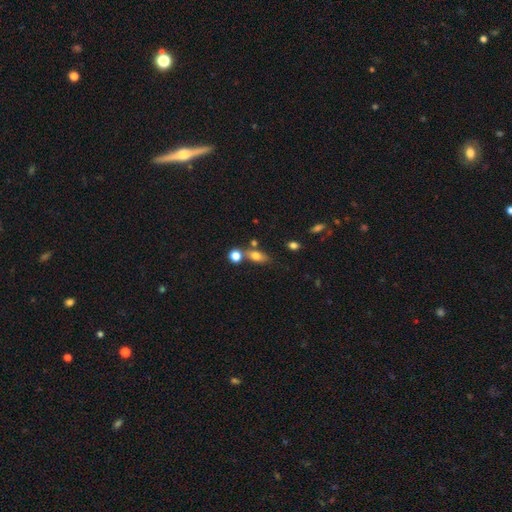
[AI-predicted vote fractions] smooth_or_featured: smooth (p=0.71) [alt: featured or disk p=0.17]
how_rounded: in between (p=0.70) [alt: round p=0.17]
merging: none (p=0.55) [alt: merger p=0.24]